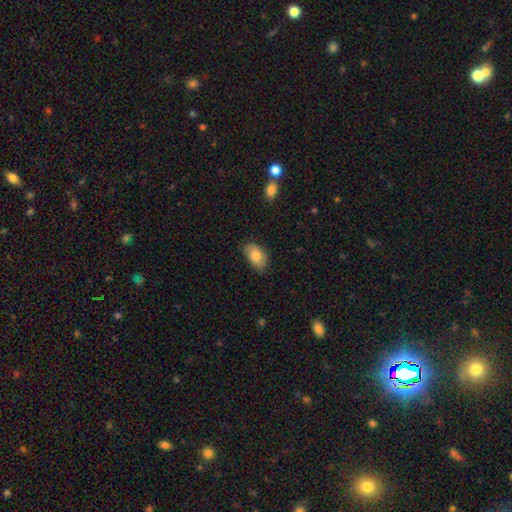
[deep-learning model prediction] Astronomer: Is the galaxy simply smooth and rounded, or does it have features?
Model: smooth — 80%.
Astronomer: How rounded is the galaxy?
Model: in between — 92%.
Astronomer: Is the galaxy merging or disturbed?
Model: none — 78%.